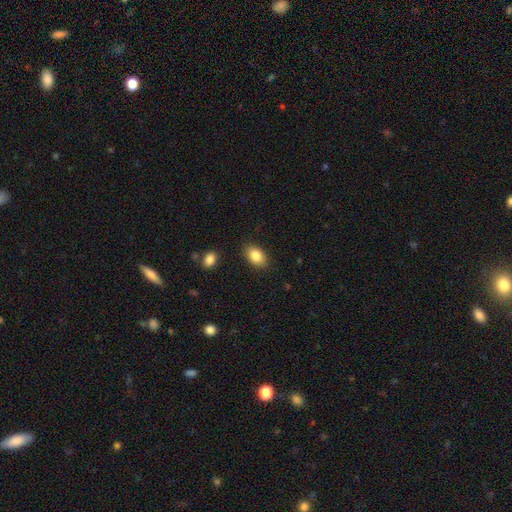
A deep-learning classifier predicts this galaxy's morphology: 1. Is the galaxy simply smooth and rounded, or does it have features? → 86% smooth, 7% star or artifact, 7% featured or disk.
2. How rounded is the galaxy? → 88% in between, 11% round, 1% cigar-shaped.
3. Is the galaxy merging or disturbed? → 87% none, 10% minor disturbance, 2% major disturbance, 1% merger.